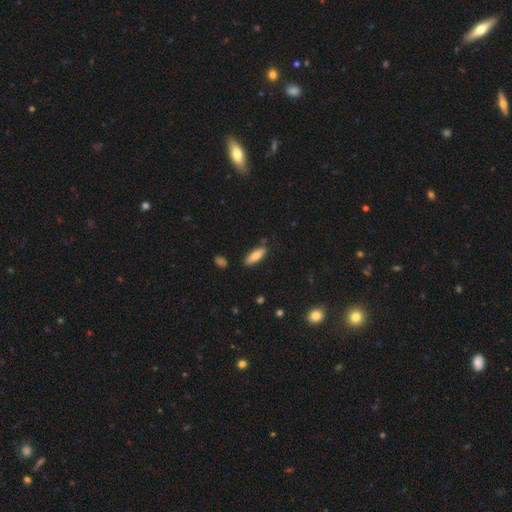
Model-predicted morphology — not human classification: smooth_or_featured: smooth (p=0.79) [alt: featured or disk p=0.15]
how_rounded: in between (p=0.59) [alt: cigar-shaped p=0.39]
merging: none (p=0.82) [alt: minor disturbance p=0.13]